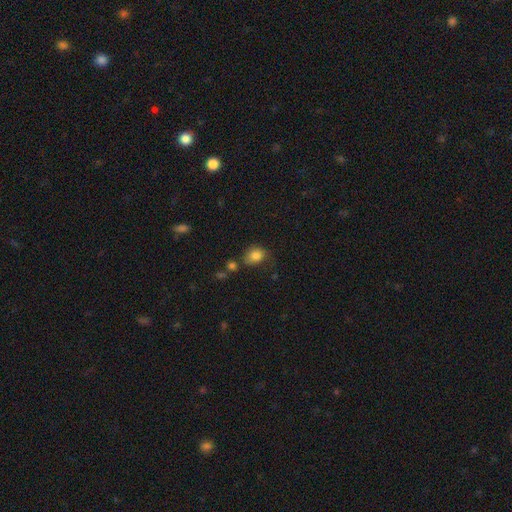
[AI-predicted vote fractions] smooth-or-featured: smooth: 83% | star or artifact: 10% | featured or disk: 7%
  how-rounded: in between: 57% | round: 42% | cigar-shaped: 1%
  merging: none: 56% | minor disturbance: 27% | major disturbance: 9% | merger: 8%